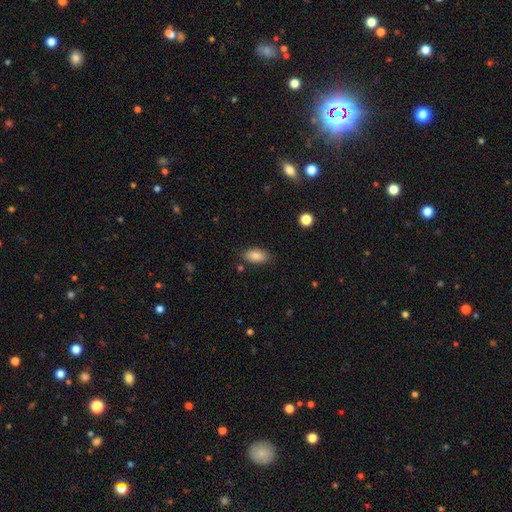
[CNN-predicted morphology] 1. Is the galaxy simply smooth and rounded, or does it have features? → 86% smooth, 8% star or artifact, 6% featured or disk.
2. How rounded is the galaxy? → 92% in between, 5% cigar-shaped, 4% round.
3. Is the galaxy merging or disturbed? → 82% none, 12% minor disturbance, 3% major disturbance, 2% merger.